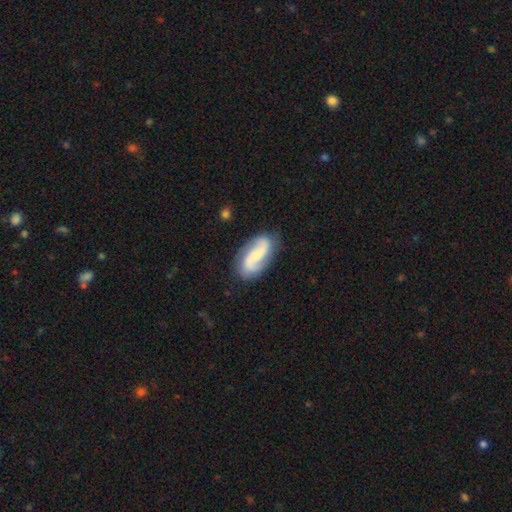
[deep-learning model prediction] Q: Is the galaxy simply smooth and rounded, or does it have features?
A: featured or disk — 78%.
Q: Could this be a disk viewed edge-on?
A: no — 96%.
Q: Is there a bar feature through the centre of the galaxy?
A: no — 44%.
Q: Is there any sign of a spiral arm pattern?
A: yes — 96%.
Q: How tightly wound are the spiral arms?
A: loose — 53%.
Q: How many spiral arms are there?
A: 2 — 91%.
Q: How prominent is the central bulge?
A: small — 58%.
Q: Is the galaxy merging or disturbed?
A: none — 82%.